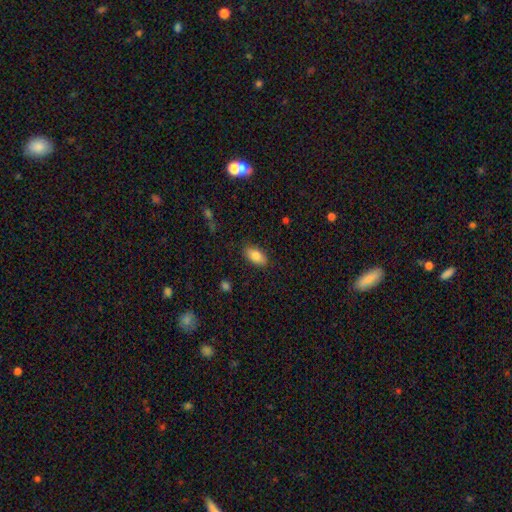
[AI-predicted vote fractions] Smooth or featured: smooth — 84% (featured or disk — 8%)
How rounded: in between — 92% (cigar-shaped — 5%)
Merging: none — 87% (minor disturbance — 10%)